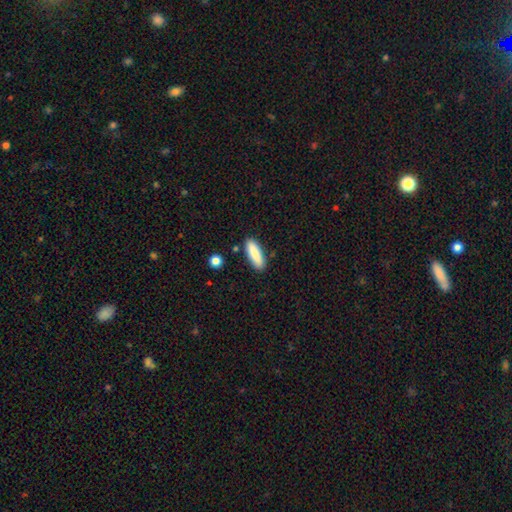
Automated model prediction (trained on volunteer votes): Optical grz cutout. It shows a smooth galaxy with no disk features (86%) that is cigar-shaped (50%). Merging: none (85%).